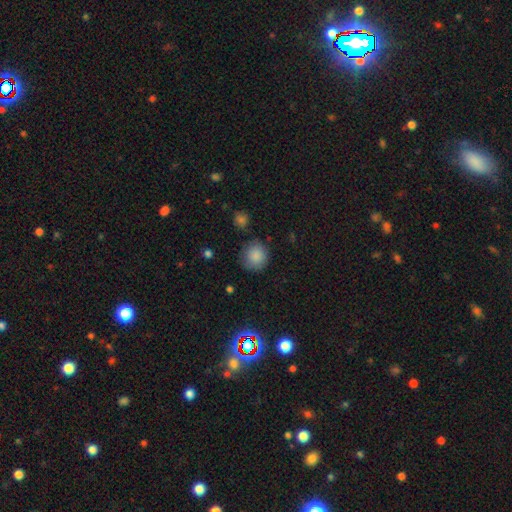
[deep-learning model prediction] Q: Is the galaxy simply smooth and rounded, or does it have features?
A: smooth — 87%.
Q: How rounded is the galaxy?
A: round — 89%.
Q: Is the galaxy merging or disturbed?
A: none — 80%.